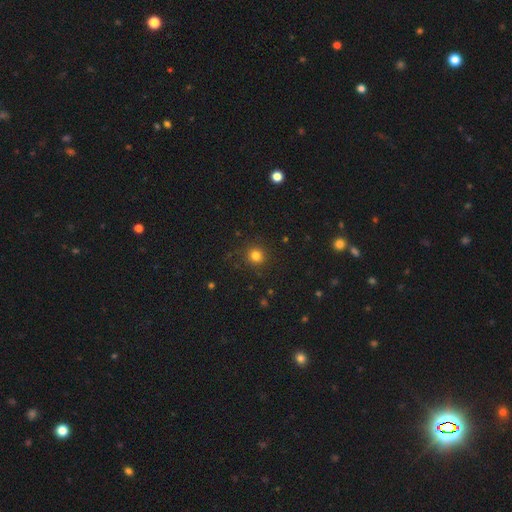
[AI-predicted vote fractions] Morphology: type=smooth (80%); roundness=round (90%); merging=none (89%).